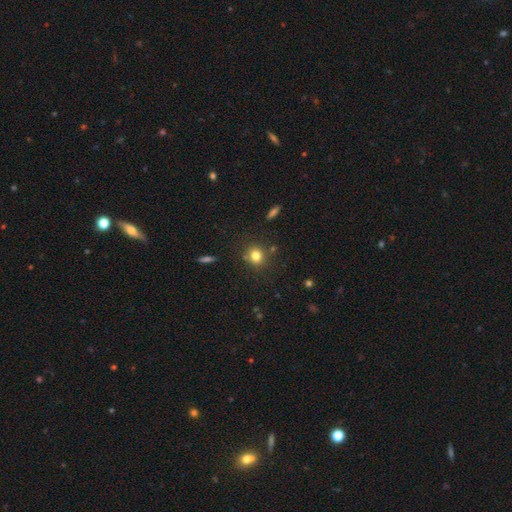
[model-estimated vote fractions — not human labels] Smooth or featured?
  - smooth: 79% *
  - star or artifact: 13%
  - featured or disk: 8%
How rounded?
  - round: 79% *
  - in between: 20%
  - cigar-shaped: 1%
Merging?
  - none: 80% *
  - minor disturbance: 11%
  - merger: 6%
  - major disturbance: 3%